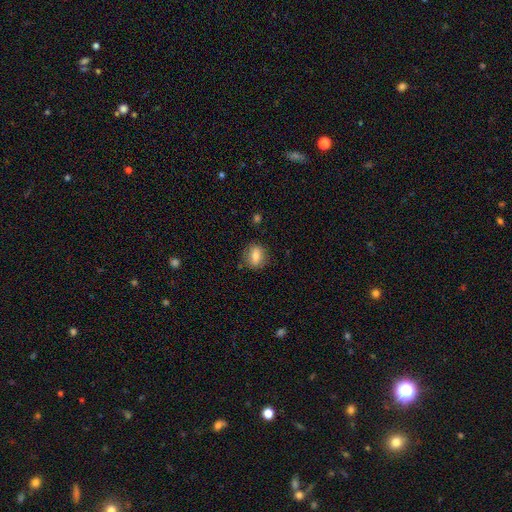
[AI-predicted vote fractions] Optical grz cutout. It shows a smooth galaxy with no disk features (74%) that is round (48%, tied with in between). Merging: none (83%).